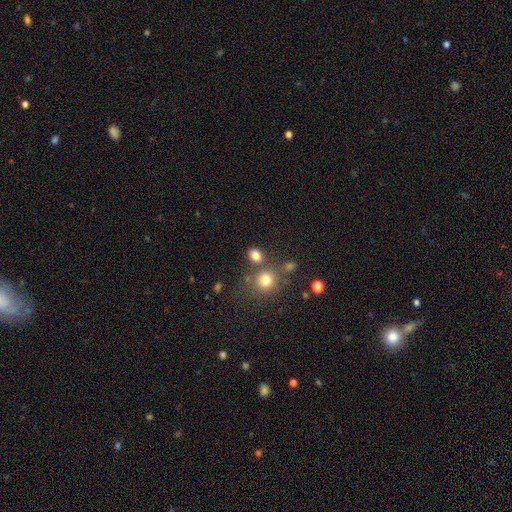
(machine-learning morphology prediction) Smooth or featured? smooth (80%)
How rounded? in between (56%)
Merging? none (68%)